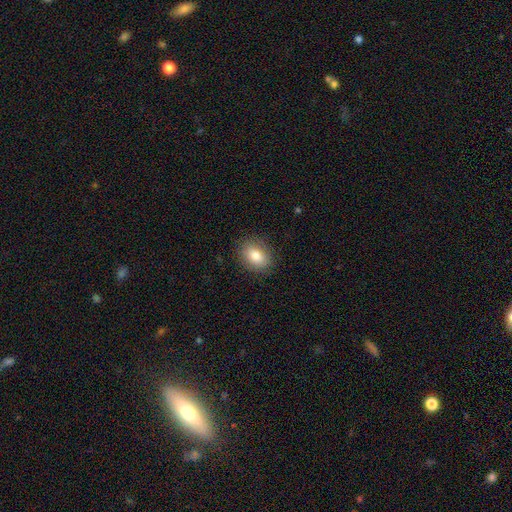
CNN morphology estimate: smooth_or_featured: smooth (p=0.82) [alt: featured or disk p=0.10]
how_rounded: in between (p=0.69) [alt: round p=0.30]
merging: none (p=0.87) [alt: minor disturbance p=0.10]